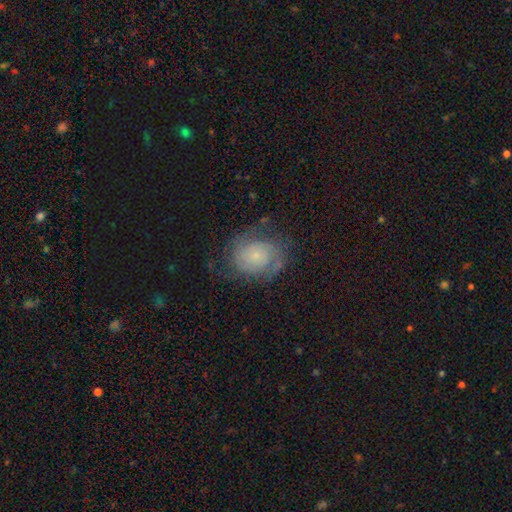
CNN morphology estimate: Q: Smooth or featured?
A: featured or disk (64%); runner-up: smooth (27%)
Q: Edge-on disk?
A: no (98%); runner-up: yes (2%)
Q: Bar?
A: no (77%); runner-up: weak (20%)
Q: Spiral arms?
A: yes (88%); runner-up: no (12%)
Q: Spiral winding?
A: tight (52%); runner-up: medium (35%)
Q: Spiral arm count?
A: 2 (50%); runner-up: can't tell (29%)
Q: Bulge size?
A: small (68%); runner-up: moderate (15%)
Q: Merging?
A: none (64%); runner-up: minor disturbance (21%)